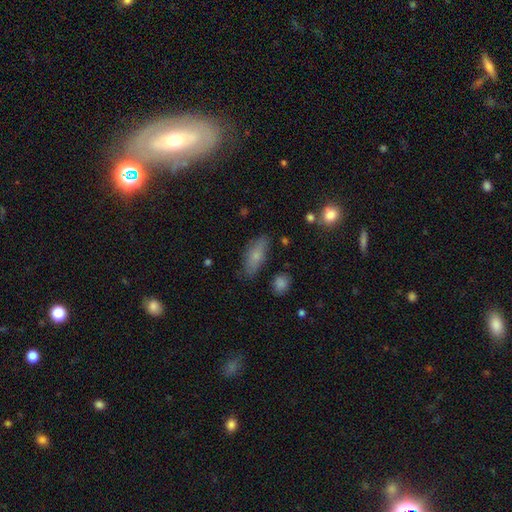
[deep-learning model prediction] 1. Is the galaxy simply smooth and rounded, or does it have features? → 70% smooth, 21% featured or disk, 9% star or artifact.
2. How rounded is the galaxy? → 67% in between, 30% cigar-shaped, 4% round.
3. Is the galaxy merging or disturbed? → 81% none, 14% minor disturbance, 3% major disturbance, 2% merger.